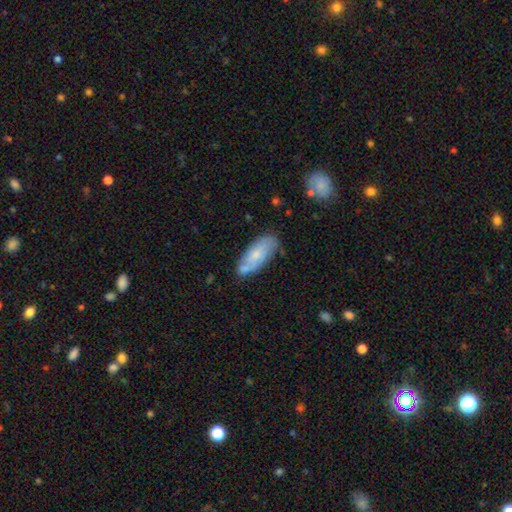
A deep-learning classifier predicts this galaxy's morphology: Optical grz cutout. It shows a smooth galaxy with no disk features (60%) that is in between round and cigar-shaped (73%). Merging: none (65%).